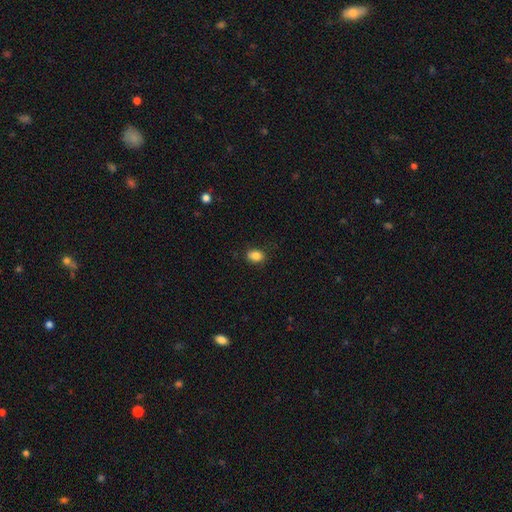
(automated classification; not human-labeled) Smooth or featured?
  - smooth: 85% *
  - star or artifact: 10%
  - featured or disk: 6%
How rounded?
  - in between: 66% *
  - round: 33%
  - cigar-shaped: 1%
Merging?
  - none: 79% *
  - minor disturbance: 16%
  - major disturbance: 3%
  - merger: 1%